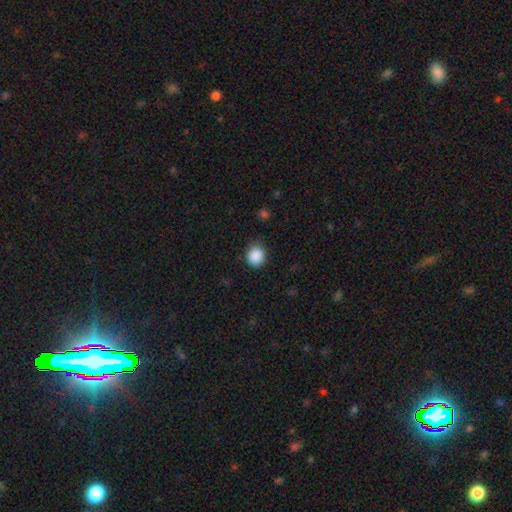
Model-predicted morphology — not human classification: smooth_or_featured: smooth (p=0.88) [alt: star or artifact p=0.09]
how_rounded: round (p=0.82) [alt: in between p=0.17]
merging: none (p=0.81) [alt: minor disturbance p=0.15]